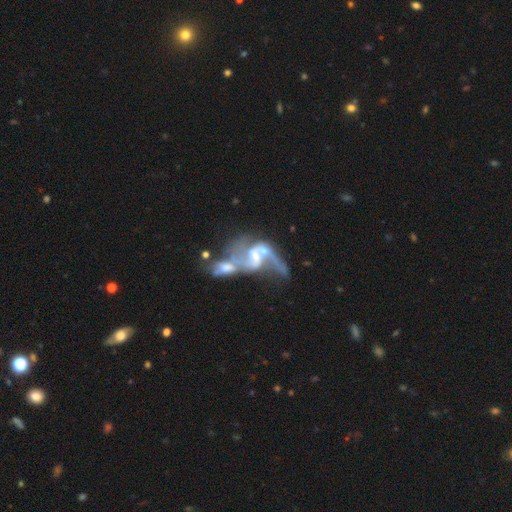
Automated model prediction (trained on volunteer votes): Q: Smooth or featured?
A: featured or disk (83%); runner-up: smooth (9%)
Q: Edge-on disk?
A: no (97%); runner-up: yes (3%)
Q: Bar?
A: weak (45%); runner-up: no (33%)
Q: Spiral arms?
A: yes (86%); runner-up: no (14%)
Q: Spiral winding?
A: loose (74%); runner-up: medium (21%)
Q: Spiral arm count?
A: 2 (75%); runner-up: 1 (12%)
Q: Bulge size?
A: small (41%); runner-up: moderate (31%)
Q: Merging?
A: merger (63%); runner-up: major disturbance (17%)